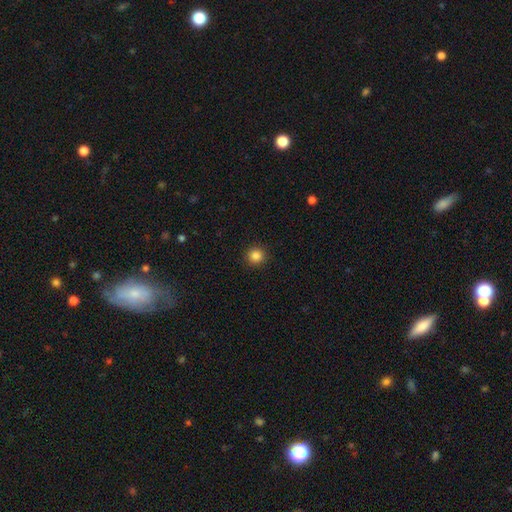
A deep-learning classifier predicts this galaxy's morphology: smooth 85%, star or artifact 11%, featured or disk 4%. Down the decision tree: how rounded — round (94%); merging — none (92%).